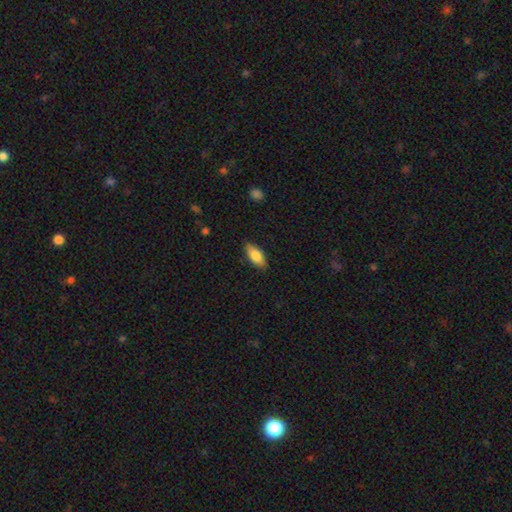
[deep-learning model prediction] smooth 81%, featured or disk 12%, star or artifact 6%. Down the decision tree: how rounded — in between (85%); merging — none (85%).